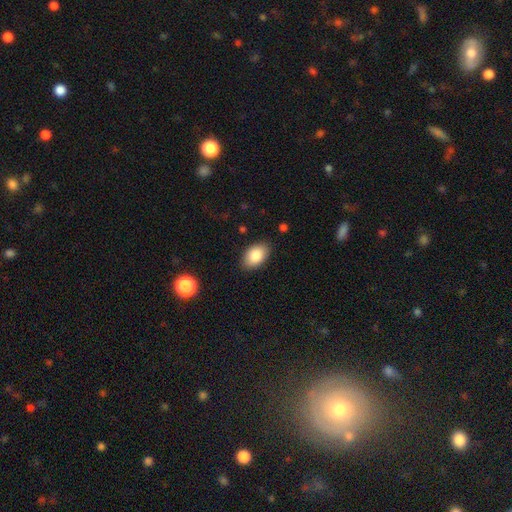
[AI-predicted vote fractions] Smooth or featured: smooth — 85% (featured or disk — 8%)
How rounded: in between — 91% (round — 8%)
Merging: none — 86% (minor disturbance — 10%)